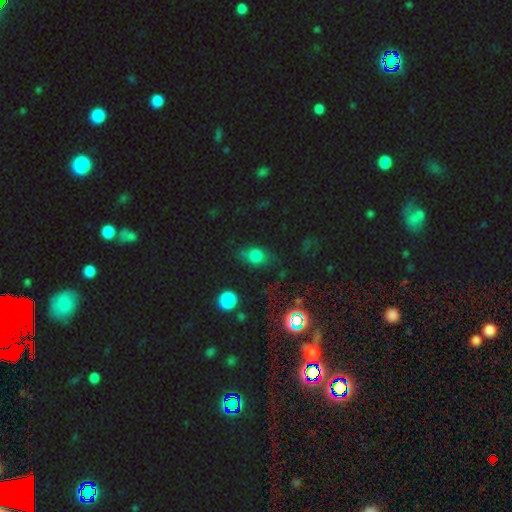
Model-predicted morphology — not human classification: A smooth galaxy with no disk features (67%) that is in between round and cigar-shaped (59%).

Vote fractions:
- Smooth or featured? smooth: 67% / star or artifact: 21% / featured or disk: 12%
- How rounded? in between: 59% / round: 38% / cigar-shaped: 3%
- Merging? none: 63% / minor disturbance: 22% / major disturbance: 11% / merger: 4%